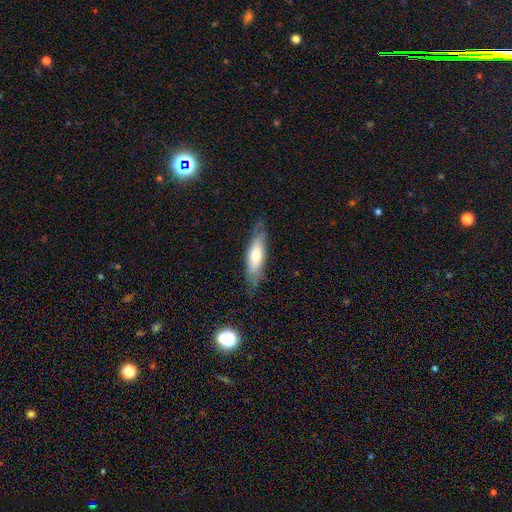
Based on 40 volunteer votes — A smooth galaxy with no disk features (48%) that is cigar-shaped (68%).

Vote fractions:
- Smooth or featured? smooth: 48% / featured or disk: 45% / star or artifact: 8%
- How rounded? cigar-shaped: 68% / in between: 32% / round: 0%
- Merging? none: 65% / minor disturbance: 30% / major disturbance: 3% / merger: 3%